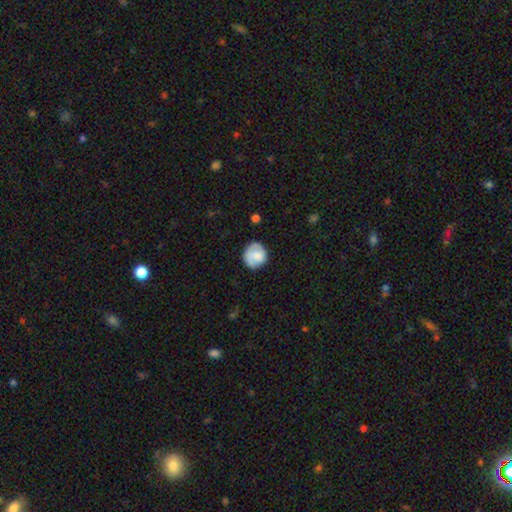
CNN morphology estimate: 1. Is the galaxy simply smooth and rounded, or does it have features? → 71% smooth, 22% featured or disk, 7% star or artifact.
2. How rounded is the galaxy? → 84% round, 15% in between, 1% cigar-shaped.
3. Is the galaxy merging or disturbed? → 70% none, 22% minor disturbance, 6% major disturbance, 2% merger.